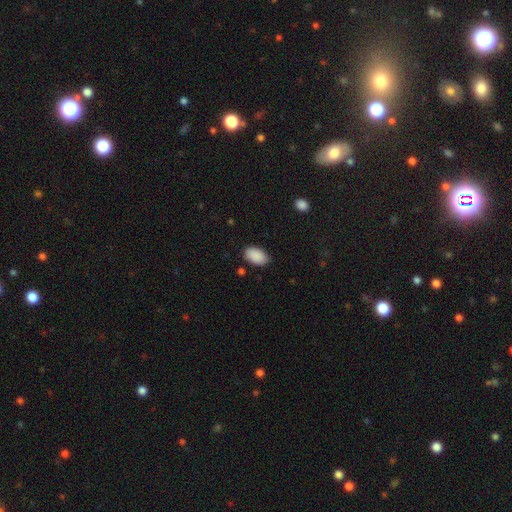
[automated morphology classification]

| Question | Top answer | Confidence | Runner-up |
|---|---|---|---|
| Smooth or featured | smooth | 90% | star or artifact (7%) |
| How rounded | in between | 94% | round (5%) |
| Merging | none | 84% | minor disturbance (11%) |